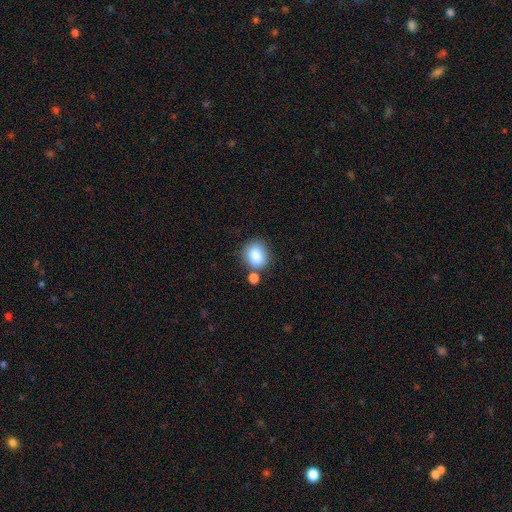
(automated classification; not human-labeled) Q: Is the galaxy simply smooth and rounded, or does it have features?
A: smooth — 84%.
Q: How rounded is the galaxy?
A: in between — 49%, tied with round.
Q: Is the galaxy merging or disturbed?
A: none — 63%.